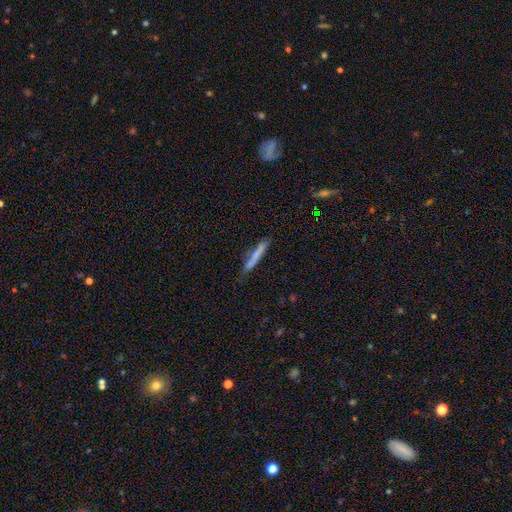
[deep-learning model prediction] This appears to be a smooth galaxy with no disk features (67%) that is cigar-shaped (95%). Merging: none (72%).